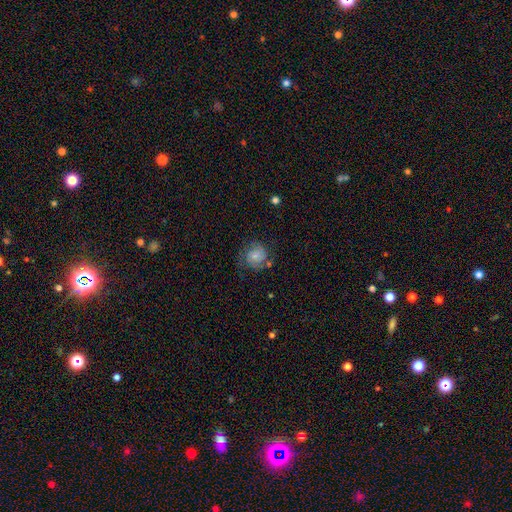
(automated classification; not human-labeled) Morphology: type=smooth (53%); roundness=round (82%); merging=none (61%).